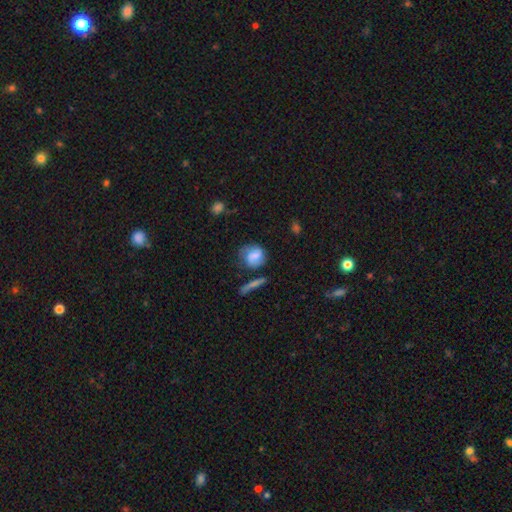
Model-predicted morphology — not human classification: Smooth or featured: smooth — 51% (featured or disk — 41%)
How rounded: round — 65% (in between — 33%)
Merging: none — 55% (minor disturbance — 25%)